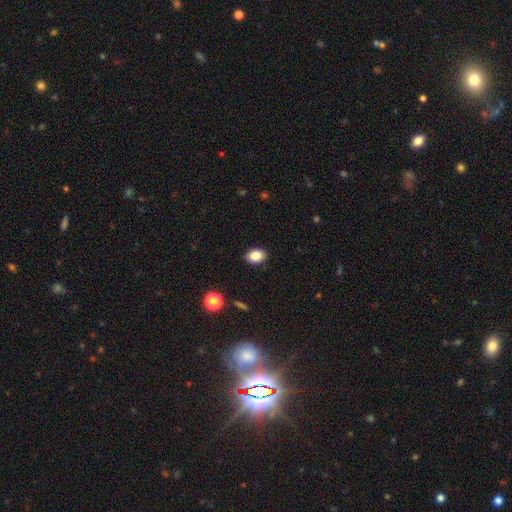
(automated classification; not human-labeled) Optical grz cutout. It shows a smooth galaxy with no disk features (86%) that is in between round and cigar-shaped (79%). Merging: none (89%).